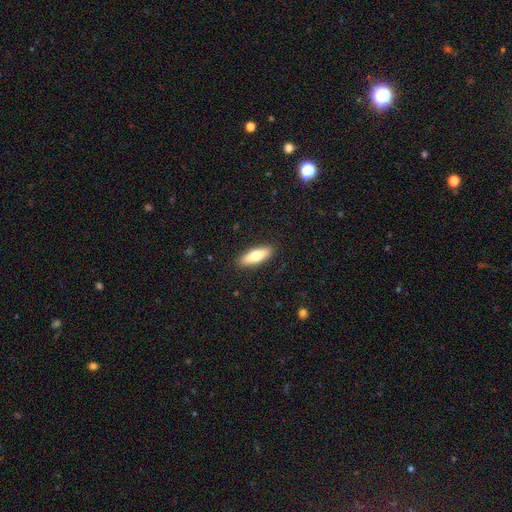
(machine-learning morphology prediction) type=smooth (70%); roundness=in between (54%); merging=none (90%).